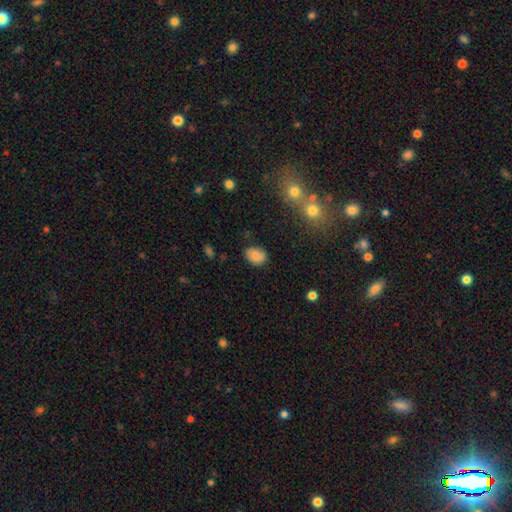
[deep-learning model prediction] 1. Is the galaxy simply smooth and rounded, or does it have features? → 83% smooth, 10% star or artifact, 7% featured or disk.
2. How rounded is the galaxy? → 70% in between, 29% round, 1% cigar-shaped.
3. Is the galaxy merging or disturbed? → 78% none, 16% minor disturbance, 4% major disturbance, 2% merger.